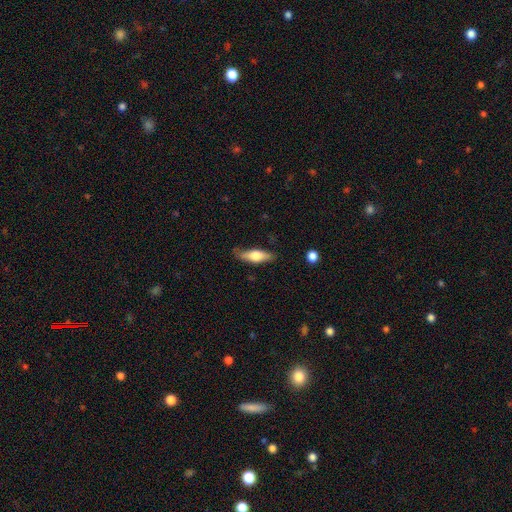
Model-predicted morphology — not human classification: Smooth or featured? smooth (56%)
How rounded? cigar-shaped (52%)
Merging? none (77%)